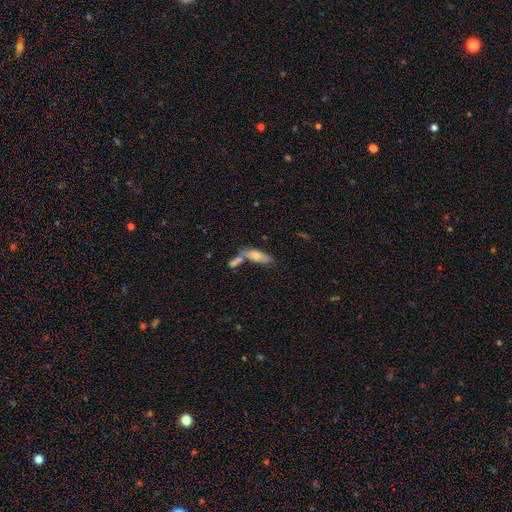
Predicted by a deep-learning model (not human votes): smooth 63%, featured or disk 29%, star or artifact 9%. Down the decision tree: how rounded — in between (55%); merging — none (45%).